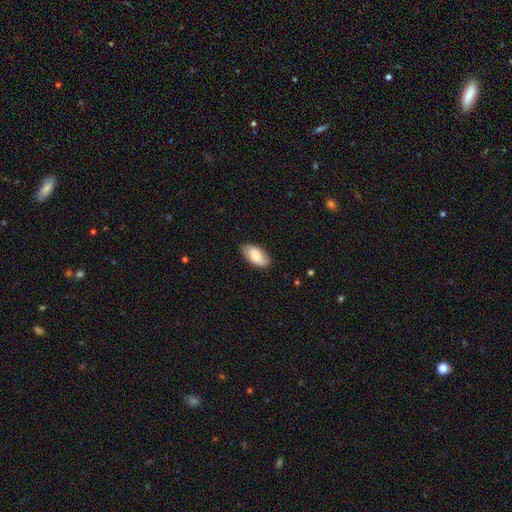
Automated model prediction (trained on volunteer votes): This appears to be a smooth galaxy with no disk features (68%) that is in between round and cigar-shaped (94%). Merging: none (83%).